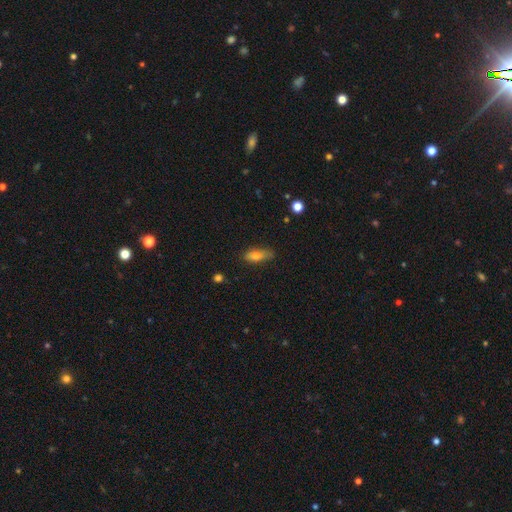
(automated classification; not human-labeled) The model was most divided on "merging": none: 66%, minor disturbance: 26%, major disturbance: 6%, merger: 2%. More confident: smooth or featured — smooth (76%); how rounded — in between (69%).